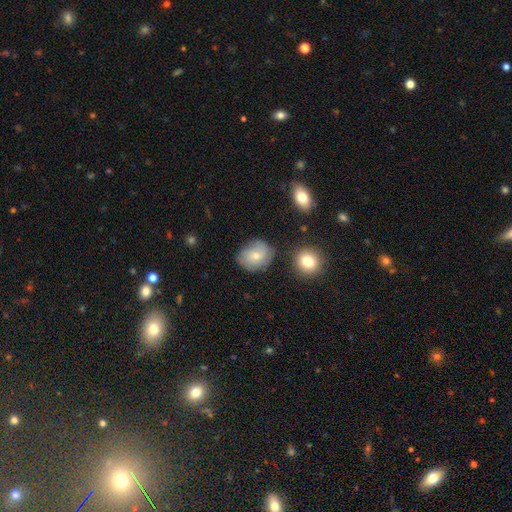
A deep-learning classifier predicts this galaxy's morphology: The model was most divided on "how rounded": round: 61%, in between: 38%, cigar-shaped: 1%. More confident: merging — none (63%); smooth or featured — smooth (61%).